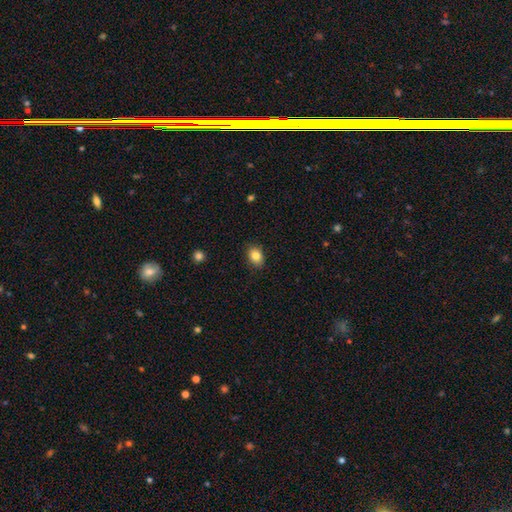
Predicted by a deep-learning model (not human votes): A smooth galaxy with no disk features (84%) that is in between round and cigar-shaped (70%). Merging: none (87%).